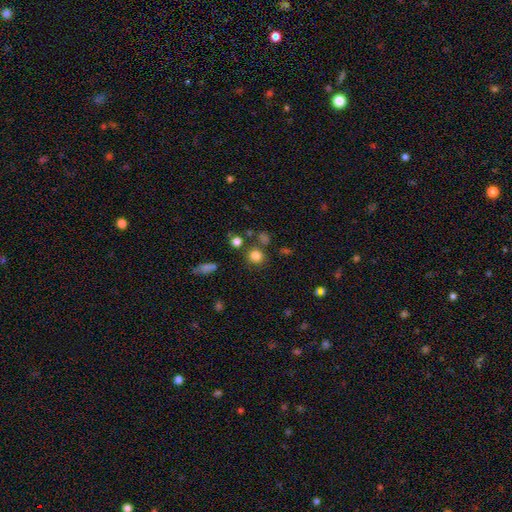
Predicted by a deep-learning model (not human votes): Morphology: type=smooth (80%); roundness=round (88%); merging=none (77%).